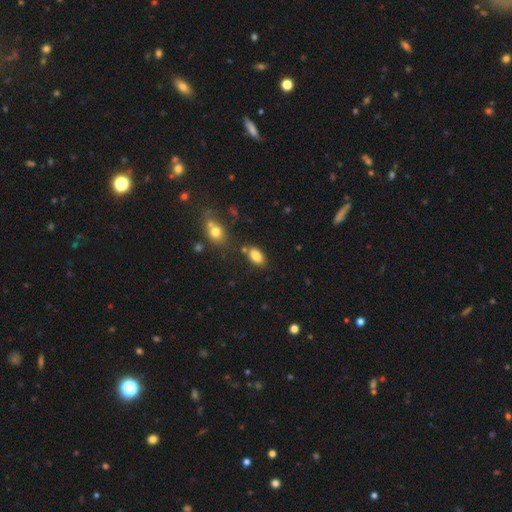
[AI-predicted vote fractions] smooth_or_featured: smooth (p=0.84) [alt: star or artifact p=0.09]
how_rounded: in between (p=0.91) [alt: round p=0.05]
merging: none (p=0.73) [alt: minor disturbance p=0.14]